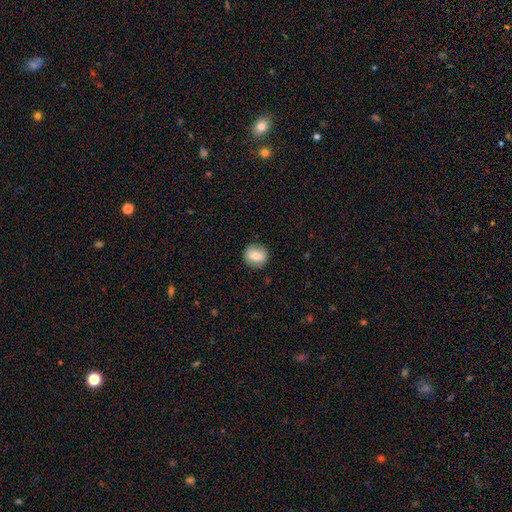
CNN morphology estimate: Smooth or featured? Predicted: smooth (p=0.77). How rounded? Predicted: round (p=0.83). Merging? Predicted: none (p=0.87).